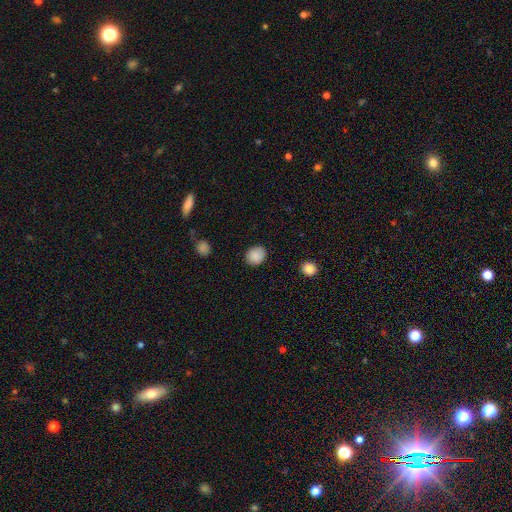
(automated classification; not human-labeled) smooth_or_featured: smooth (p=0.87) [alt: star or artifact p=0.09]
how_rounded: round (p=0.67) [alt: in between p=0.32]
merging: none (p=0.85) [alt: minor disturbance p=0.11]